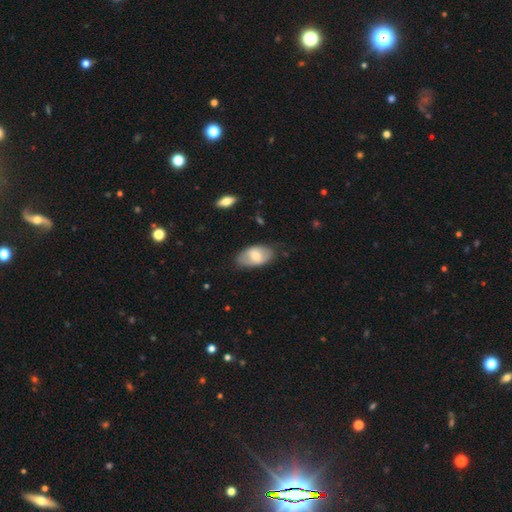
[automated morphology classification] Overall: smooth (61%; featured or disk 33%). How rounded: in between (93%). Merging: none (74%).